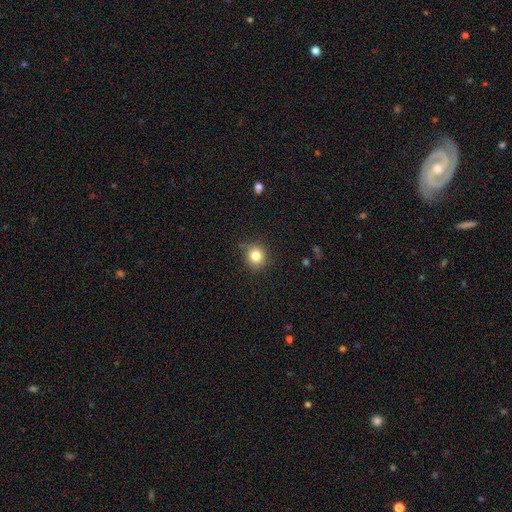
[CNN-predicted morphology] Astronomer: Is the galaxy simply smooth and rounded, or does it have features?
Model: smooth — 82%.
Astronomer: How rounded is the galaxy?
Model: round — 88%.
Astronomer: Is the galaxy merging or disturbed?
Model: none — 86%.